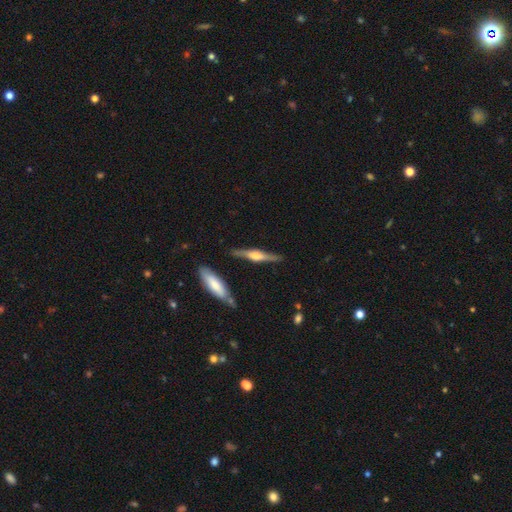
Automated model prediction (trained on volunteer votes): smooth_or_featured: featured or disk (p=0.70) [alt: smooth p=0.25]
disk_edge_on: yes (p=0.96) [alt: no p=0.04]
edge_on_bulge: rounded (p=0.79) [alt: boxy p=0.16]
merging: none (p=0.83) [alt: minor disturbance p=0.11]